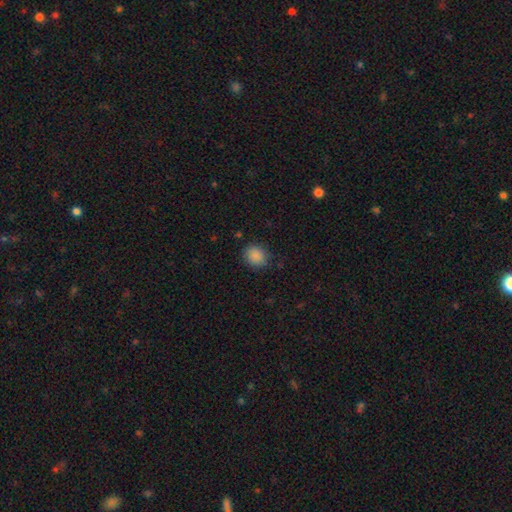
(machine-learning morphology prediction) The model was most divided on "how rounded": round: 72%, in between: 27%, cigar-shaped: 1%. More confident: smooth or featured — smooth (88%); merging — none (85%).